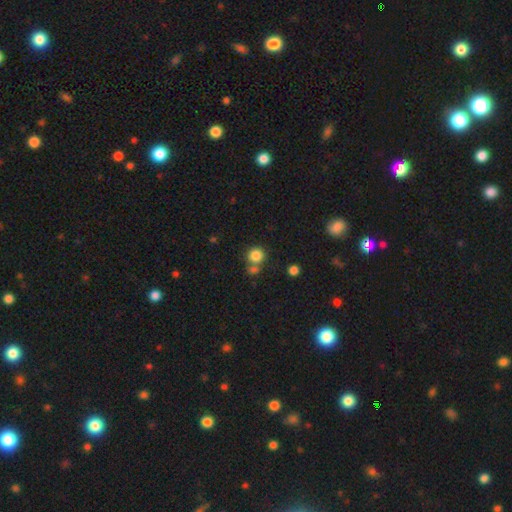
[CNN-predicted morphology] Smooth or featured?
  - smooth: 83% *
  - star or artifact: 11%
  - featured or disk: 6%
How rounded?
  - round: 91% *
  - in between: 9%
  - cigar-shaped: 1%
Merging?
  - none: 63% *
  - merger: 25%
  - minor disturbance: 8%
  - major disturbance: 4%